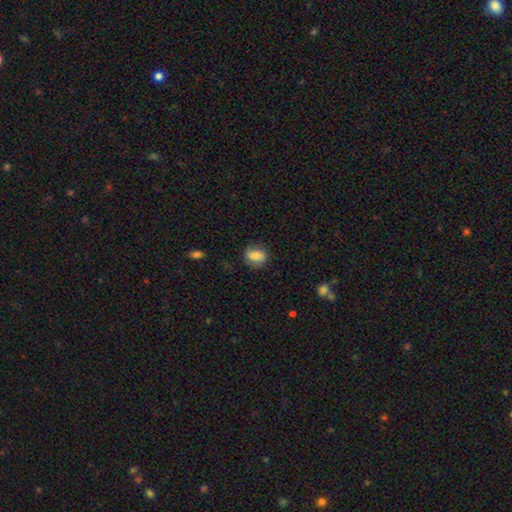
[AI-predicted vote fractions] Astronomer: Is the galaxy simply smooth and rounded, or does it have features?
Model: smooth — 74%.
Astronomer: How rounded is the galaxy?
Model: in between — 58% (runner-up: round, 40%).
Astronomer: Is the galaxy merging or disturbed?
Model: none — 75%.